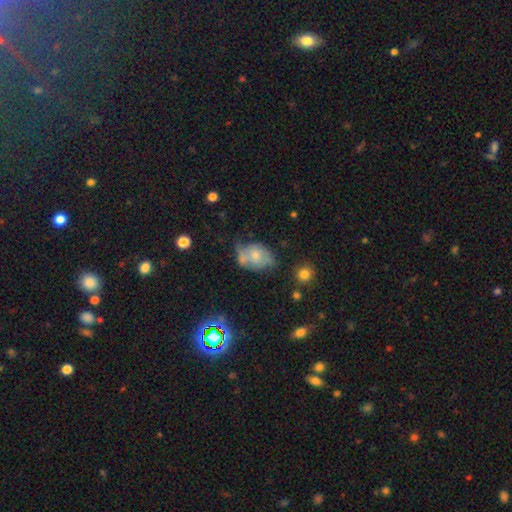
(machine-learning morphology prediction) A smooth galaxy with no disk features (50%).

Vote fractions:
- Smooth or featured? smooth: 50% / featured or disk: 41% / star or artifact: 9%
- Merging? none: 34% / minor disturbance: 30% / merger: 20% / major disturbance: 17%